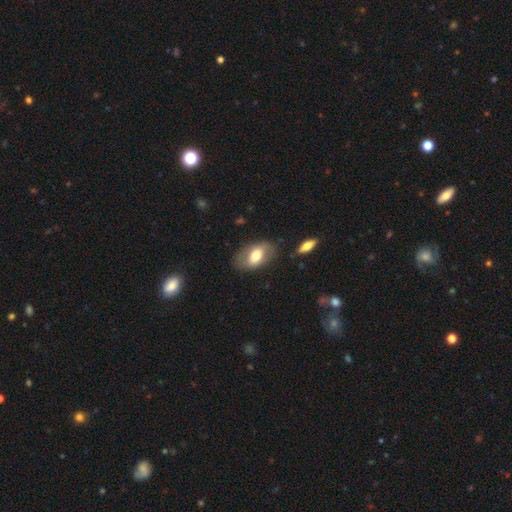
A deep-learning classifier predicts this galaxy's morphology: A smooth galaxy with no disk features (64%) that is in between round and cigar-shaped (90%).

Vote fractions:
- Smooth or featured? smooth: 64% / featured or disk: 29% / star or artifact: 7%
- How rounded? in between: 90% / round: 8% / cigar-shaped: 2%
- Merging? none: 75% / minor disturbance: 17% / major disturbance: 6% / merger: 3%